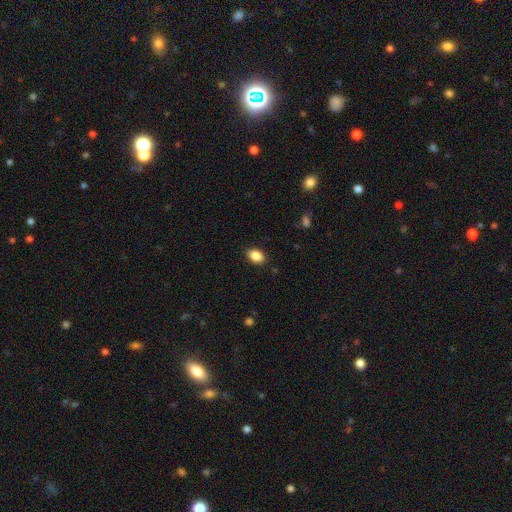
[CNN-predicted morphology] smooth_or_featured: smooth (p=0.87) [alt: star or artifact p=0.08]
how_rounded: in between (p=0.83) [alt: round p=0.16]
merging: none (p=0.88) [alt: minor disturbance p=0.09]